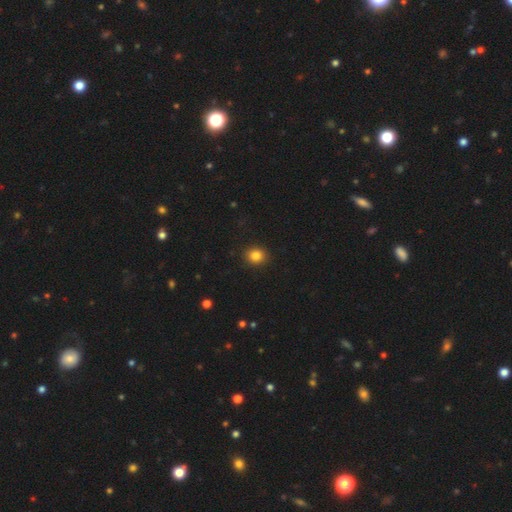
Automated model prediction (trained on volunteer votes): Smooth or featured? smooth (84%)
How rounded? round (77%)
Merging? none (91%)